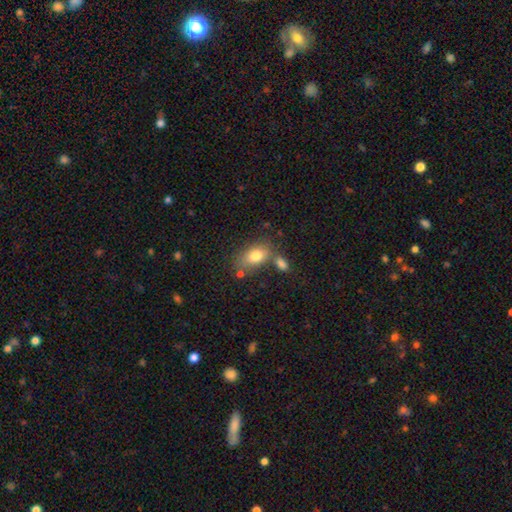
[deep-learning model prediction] Smooth or featured? Predicted: smooth (p=0.78). How rounded? Predicted: in between (p=0.86). Merging? Predicted: none (p=0.61).